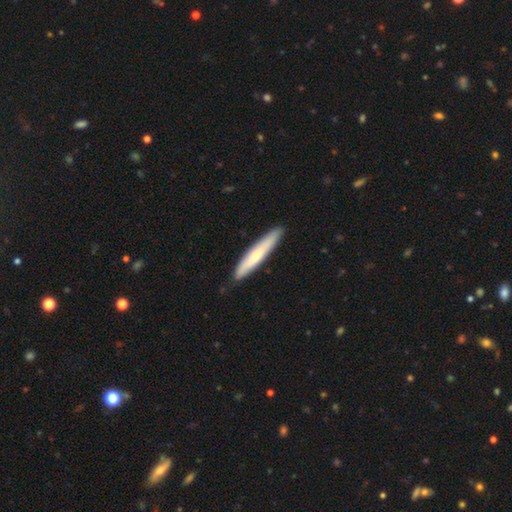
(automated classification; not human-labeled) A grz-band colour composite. It shows a smooth galaxy with no disk features (60%) that is cigar-shaped (91%). Merging: none (87%).